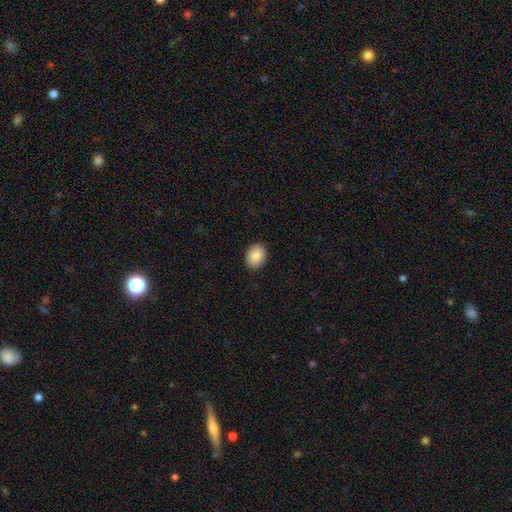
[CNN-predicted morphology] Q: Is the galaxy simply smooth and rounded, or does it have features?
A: smooth — 88%.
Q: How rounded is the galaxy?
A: in between — 58%.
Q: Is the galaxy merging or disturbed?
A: none — 90%.